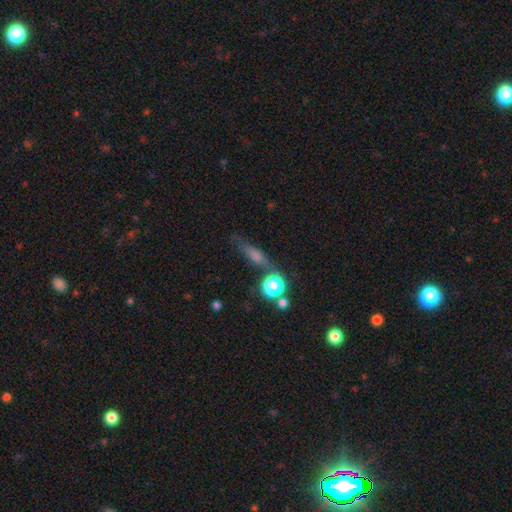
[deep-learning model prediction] Smooth or featured? Predicted: smooth (p=0.48). Merging? Predicted: none (p=0.66).